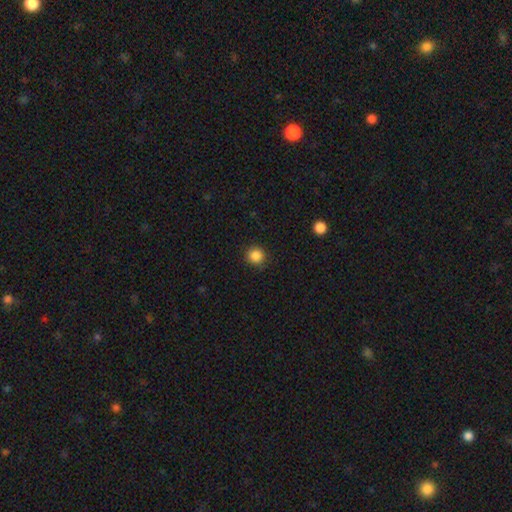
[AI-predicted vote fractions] A smooth galaxy with no disk features (86%) that is round (92%). Merging: none (90%).